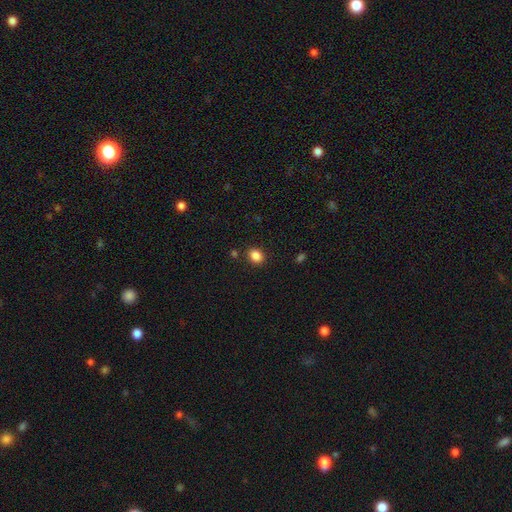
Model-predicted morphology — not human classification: smooth-or-featured: smooth: 86% | star or artifact: 10% | featured or disk: 4%
  how-rounded: round: 50% | in between: 49% | cigar-shaped: 1%
  merging: none: 86% | minor disturbance: 9% | merger: 3% | major disturbance: 3%